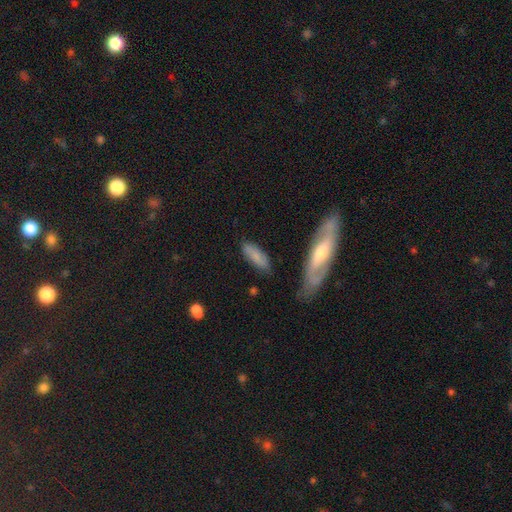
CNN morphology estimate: smooth-or-featured: smooth: 75% | featured or disk: 18% | star or artifact: 7%
  how-rounded: in between: 56% | cigar-shaped: 41% | round: 3%
  merging: none: 76% | minor disturbance: 16% | major disturbance: 4% | merger: 4%